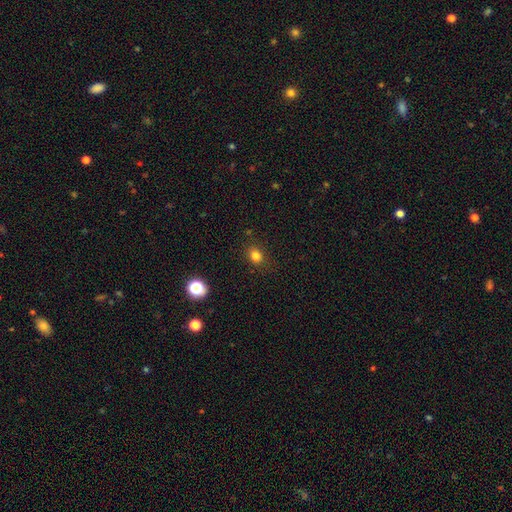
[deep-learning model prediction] Smooth or featured? Predicted: smooth (p=0.81). How rounded? Predicted: round (p=0.59). Merging? Predicted: none (p=0.85).